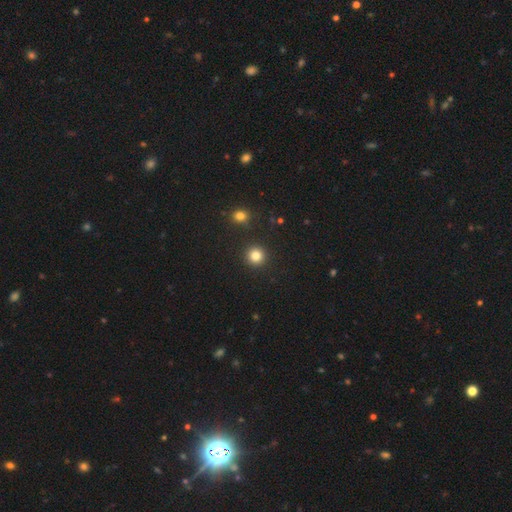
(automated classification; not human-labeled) smooth-or-featured: smooth: 83% | star or artifact: 12% | featured or disk: 5%
  how-rounded: round: 94% | in between: 5% | cigar-shaped: 1%
  merging: none: 91% | minor disturbance: 5% | merger: 2% | major disturbance: 2%